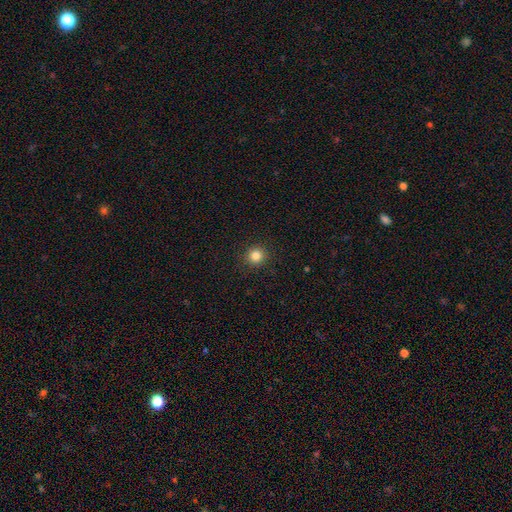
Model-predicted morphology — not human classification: This is clearly a smooth galaxy (83%). How rounded: clearly round (93%). Merging: clearly none (92%).